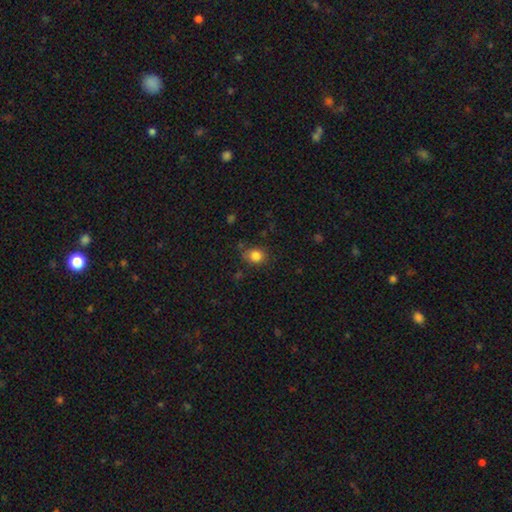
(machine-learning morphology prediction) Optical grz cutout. It shows a smooth galaxy with no disk features (84%) that is round (64%). Merging: none (73%).